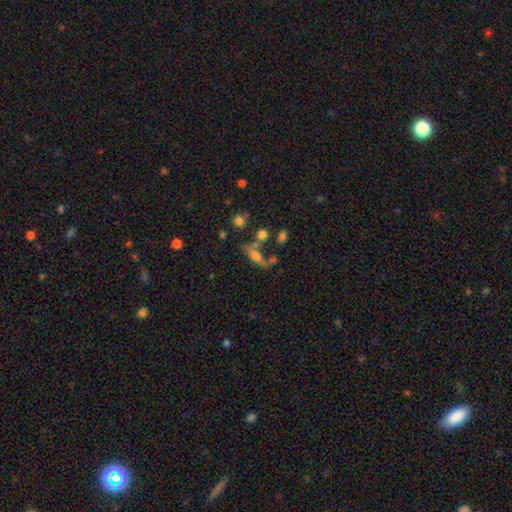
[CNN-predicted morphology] This is possibly a smooth galaxy (51%). How rounded: possibly in between (57%). Merging: marginally none (39%).